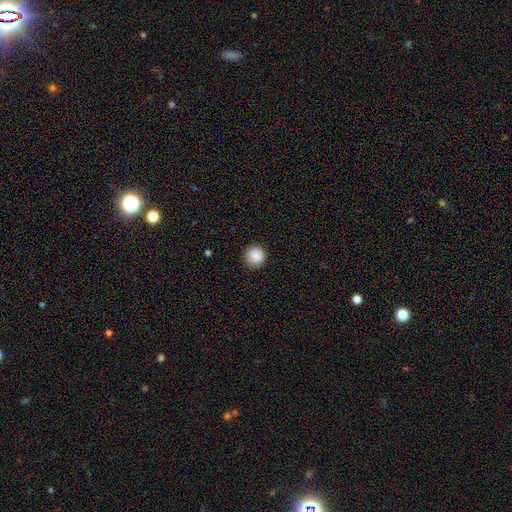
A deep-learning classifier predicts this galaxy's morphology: Smooth or featured? Predicted: smooth (p=0.87). How rounded? Predicted: round (p=0.92). Merging? Predicted: none (p=0.89).